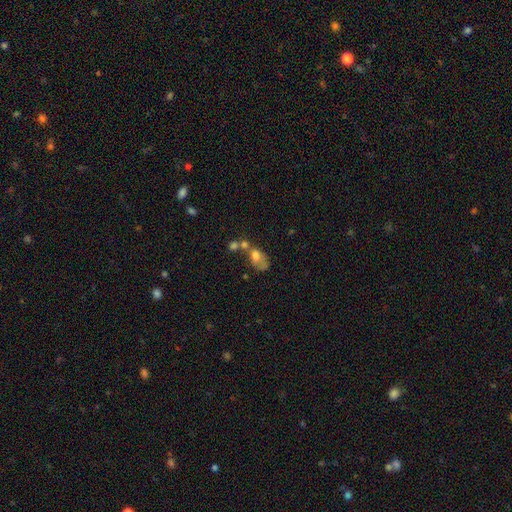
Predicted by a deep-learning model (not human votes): Q: Smooth or featured?
A: smooth (60%); runner-up: featured or disk (28%)
Q: How rounded?
A: in between (77%); runner-up: round (20%)
Q: Merging?
A: merger (48%); runner-up: major disturbance (22%)